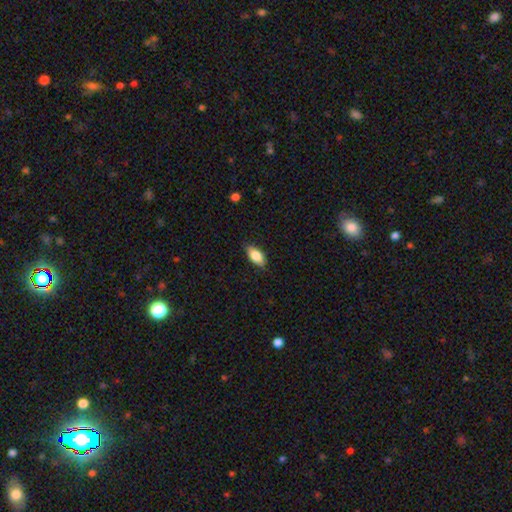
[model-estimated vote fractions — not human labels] smooth_or_featured: smooth (p=0.81) [alt: featured or disk p=0.12]
how_rounded: in between (p=0.87) [alt: cigar-shaped p=0.09]
merging: none (p=0.85) [alt: minor disturbance p=0.12]